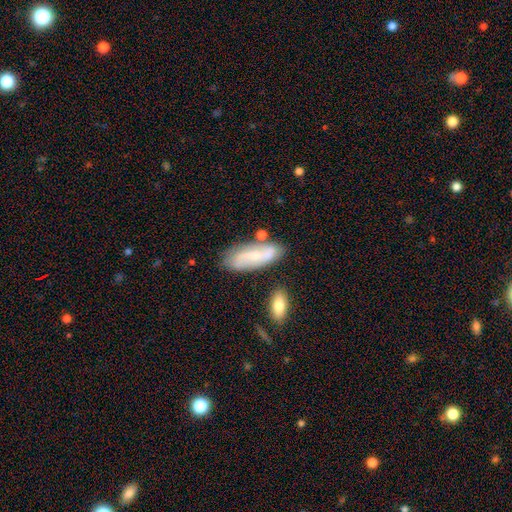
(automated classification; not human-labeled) Smooth or featured: featured or disk — 53% (smooth — 40%)
Edge-on disk: no — 86% (yes — 14%)
Merging: none — 69% (minor disturbance — 17%)